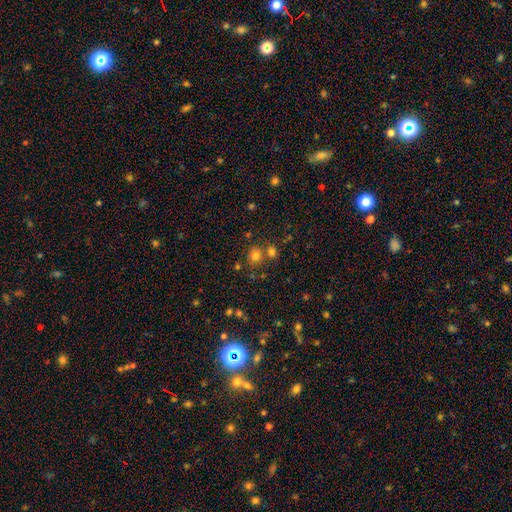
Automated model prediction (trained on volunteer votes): This appears to be a smooth galaxy with no disk features (75%) that is round (82%). Merging: none (67%).